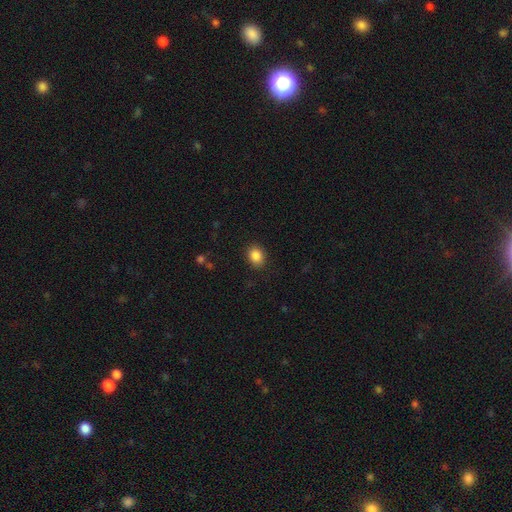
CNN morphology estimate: This is clearly a smooth galaxy (87%). How rounded: possibly round (51%). Merging: clearly none (88%).